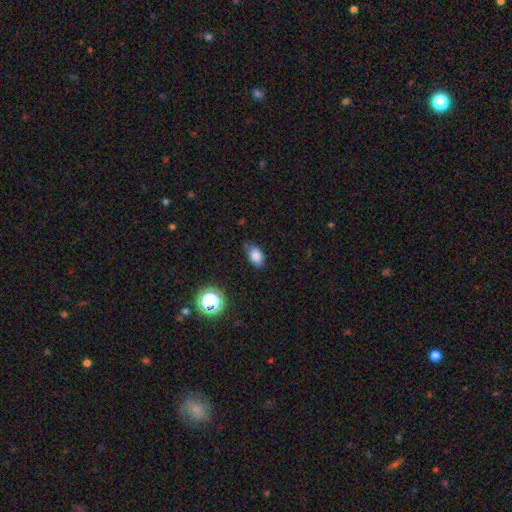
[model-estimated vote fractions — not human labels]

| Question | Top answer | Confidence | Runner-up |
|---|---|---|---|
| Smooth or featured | smooth | 80% | star or artifact (11%) |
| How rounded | in between | 87% | round (11%) |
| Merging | none | 67% | minor disturbance (27%) |